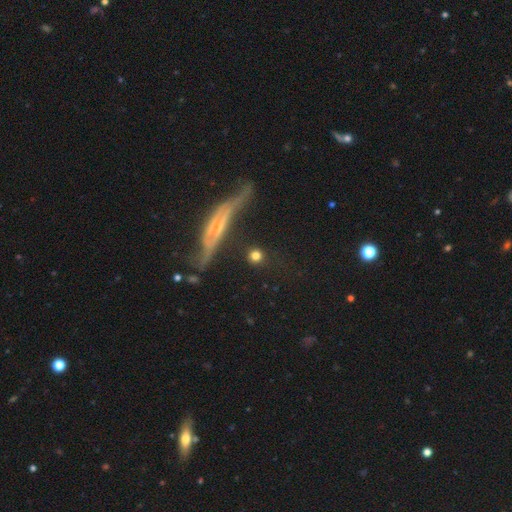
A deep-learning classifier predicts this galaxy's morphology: Smooth or featured?
  - smooth: 76% *
  - featured or disk: 14%
  - star or artifact: 9%
How rounded?
  - round: 93% *
  - in between: 4%
  - cigar-shaped: 3%
Merging?
  - none: 84% *
  - minor disturbance: 8%
  - major disturbance: 4%
  - merger: 4%